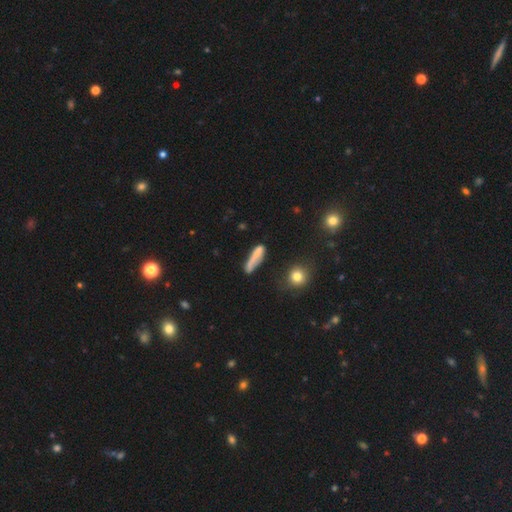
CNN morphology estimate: Smooth or featured?
  - smooth: 70% *
  - featured or disk: 21%
  - star or artifact: 9%
How rounded?
  - cigar-shaped: 83% *
  - in between: 14%
  - round: 3%
Merging?
  - none: 62% *
  - minor disturbance: 22%
  - major disturbance: 10%
  - merger: 6%